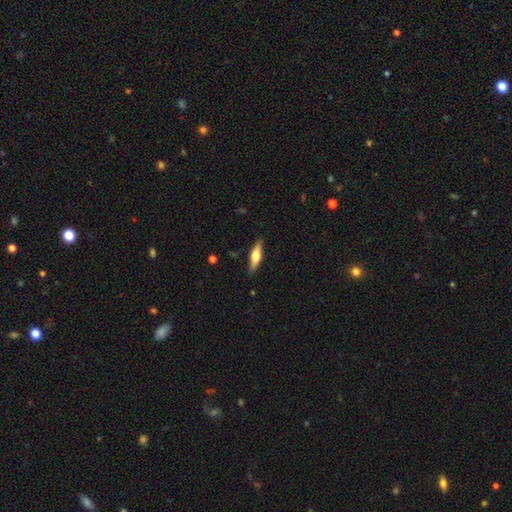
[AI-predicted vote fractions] Smooth or featured? smooth (48%)
Merging? none (85%)